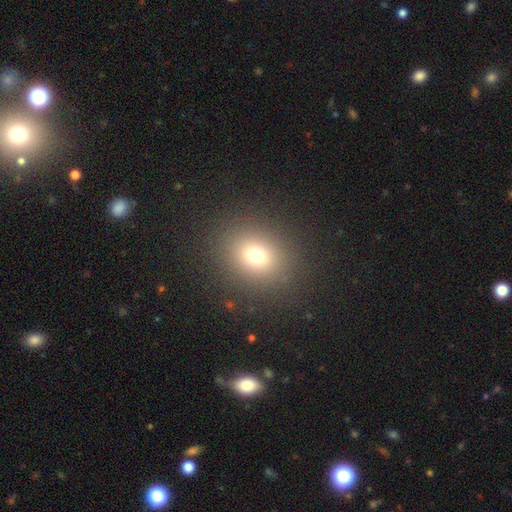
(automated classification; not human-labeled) smooth_or_featured: smooth (p=0.73) [alt: star or artifact p=0.18]
how_rounded: round (p=0.66) [alt: in between p=0.33]
merging: none (p=0.88) [alt: minor disturbance p=0.07]